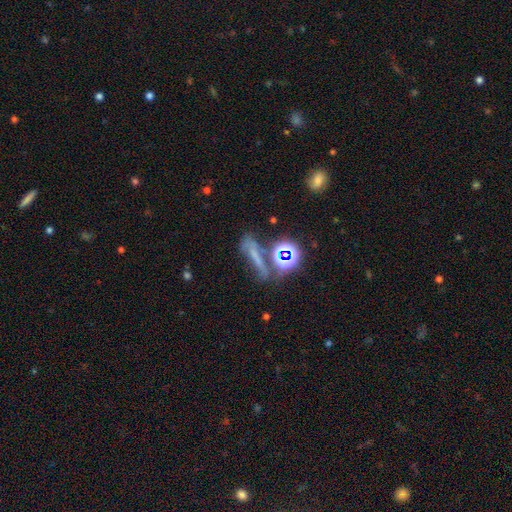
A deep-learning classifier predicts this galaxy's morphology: Smooth or featured?
  - smooth: 39% * (tied)
  - star or artifact: 39% * (tied)
  - featured or disk: 22%
Merging?
  - none: 48% *
  - merger: 22%
  - minor disturbance: 16%
  - major disturbance: 13%